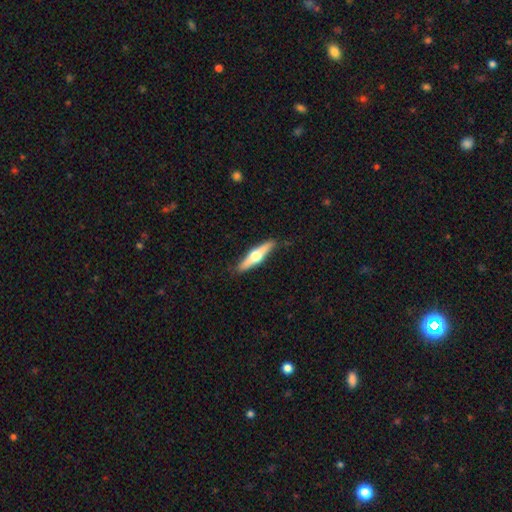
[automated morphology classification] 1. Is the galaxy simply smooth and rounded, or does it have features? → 62% featured or disk, 33% smooth, 5% star or artifact.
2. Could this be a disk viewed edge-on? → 96% yes, 4% no.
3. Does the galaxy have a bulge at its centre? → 95% rounded, 2% boxy, 2% none.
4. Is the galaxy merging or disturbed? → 89% none, 9% minor disturbance, 2% major disturbance, 1% merger.